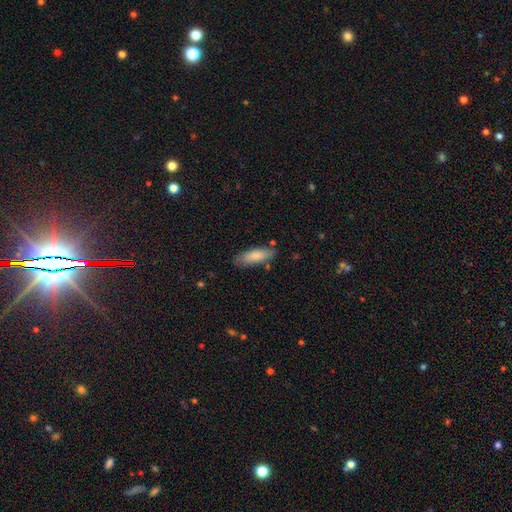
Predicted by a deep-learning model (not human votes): Smooth or featured: smooth — 81% (featured or disk — 13%)
How rounded: in between — 57% (cigar-shaped — 41%)
Merging: none — 76% (minor disturbance — 17%)